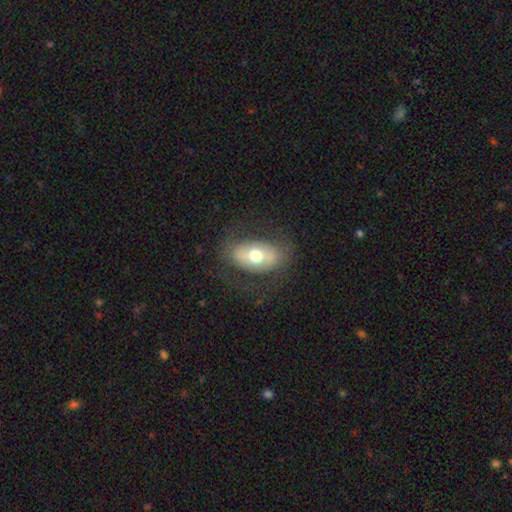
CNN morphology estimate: A smooth galaxy with no disk features (51%) that is in between round and cigar-shaped (87%).

Vote fractions:
- Smooth or featured? smooth: 51% / featured or disk: 42% / star or artifact: 7%
- How rounded? in between: 87% / round: 11% / cigar-shaped: 2%
- Merging? none: 75% / minor disturbance: 14% / major disturbance: 10% / merger: 1%